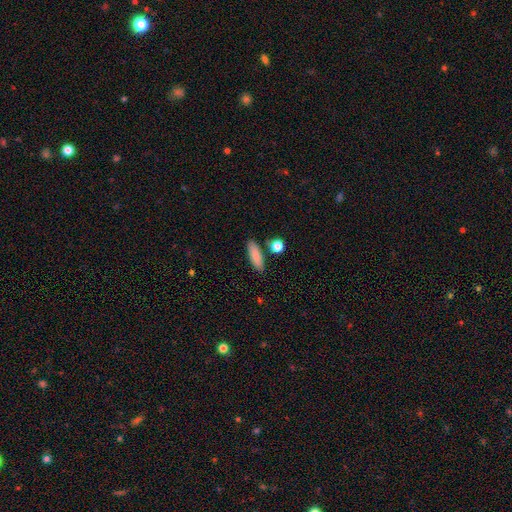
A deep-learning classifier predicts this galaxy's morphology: smooth-or-featured: smooth: 86% | featured or disk: 8% | star or artifact: 7%
  how-rounded: in between: 54% | cigar-shaped: 42% | round: 4%
  merging: none: 81% | minor disturbance: 10% | merger: 6% | major disturbance: 3%